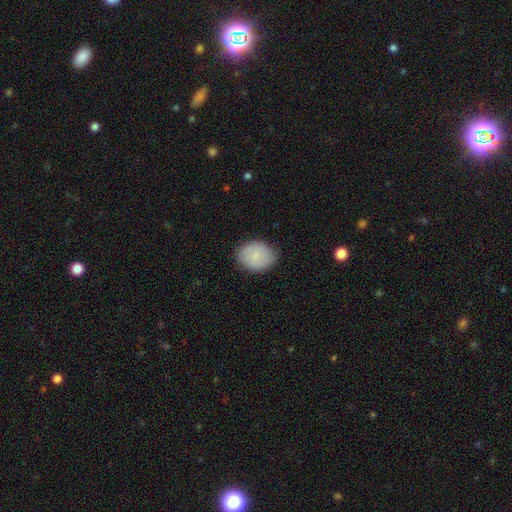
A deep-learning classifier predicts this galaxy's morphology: smooth_or_featured: smooth (p=0.78) [alt: featured or disk p=0.16]
how_rounded: round (p=0.50) [alt: in between p=0.49]
merging: none (p=0.81) [alt: minor disturbance p=0.15]